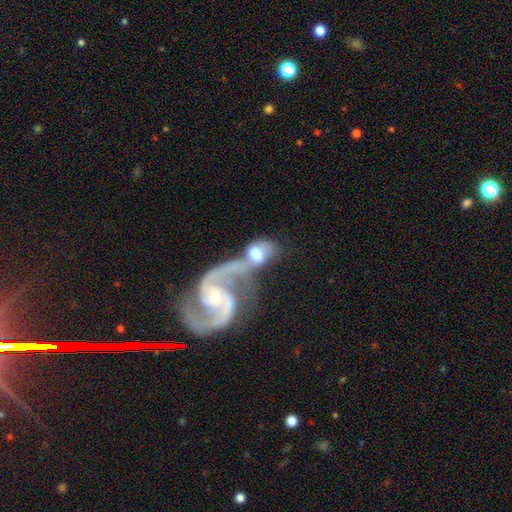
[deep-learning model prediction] This is likely a featured or disk galaxy (61%). It is clearly not viewed edge-on (95%). Bar: possibly no (52%). Spiral arm pattern: likely yes (75%). Central bulge: possibly moderate (48%). Merging: likely merger (67%).